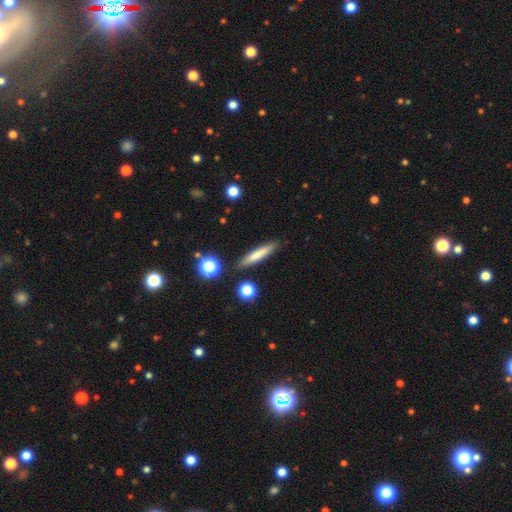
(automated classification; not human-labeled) Overall: smooth (69%). How rounded: cigar-shaped (90%). Merging: none (87%).